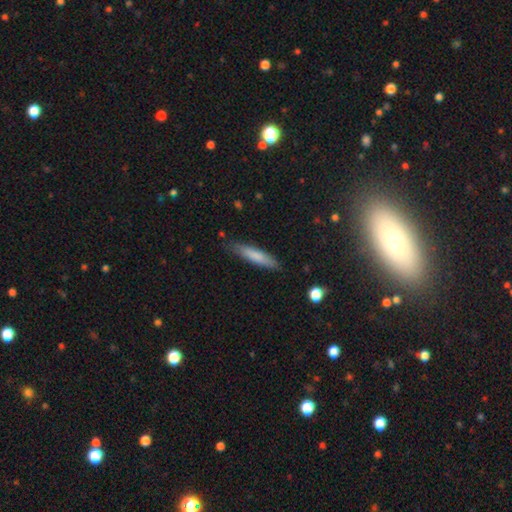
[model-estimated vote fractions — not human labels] This is likely a smooth galaxy (76%). How rounded: clearly cigar-shaped (86%). Merging: clearly none (83%).